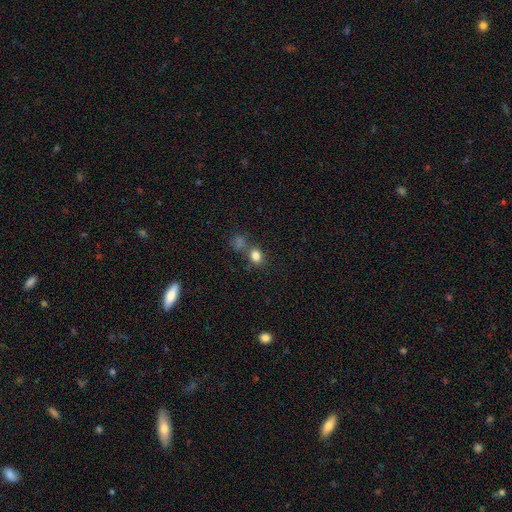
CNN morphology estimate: smooth-or-featured: smooth: 81% | star or artifact: 13% | featured or disk: 6%
  how-rounded: round: 53% | in between: 46% | cigar-shaped: 1%
  merging: none: 60% | merger: 22% | minor disturbance: 12% | major disturbance: 5%